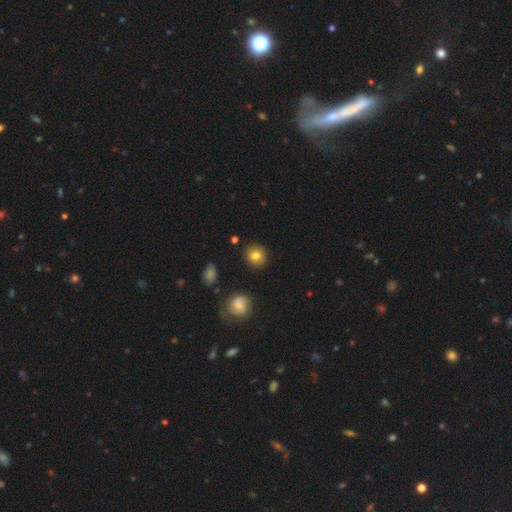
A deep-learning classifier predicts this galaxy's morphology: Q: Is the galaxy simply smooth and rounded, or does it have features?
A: smooth — 79%.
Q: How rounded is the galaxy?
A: round — 80%.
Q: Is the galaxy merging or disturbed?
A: none — 88%.